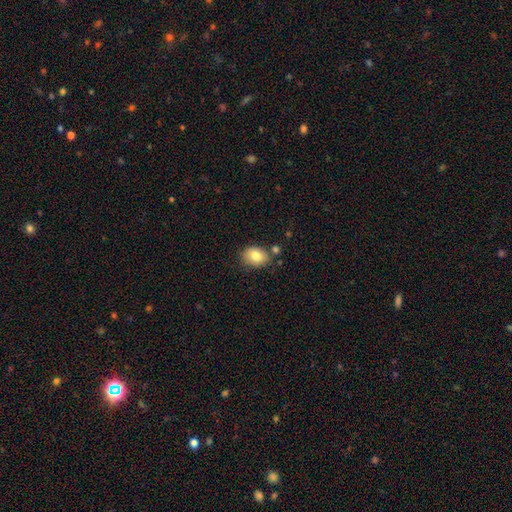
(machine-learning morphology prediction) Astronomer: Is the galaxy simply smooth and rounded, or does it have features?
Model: smooth — 82%.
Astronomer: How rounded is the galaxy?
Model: in between — 71%.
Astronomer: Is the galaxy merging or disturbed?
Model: none — 72%.